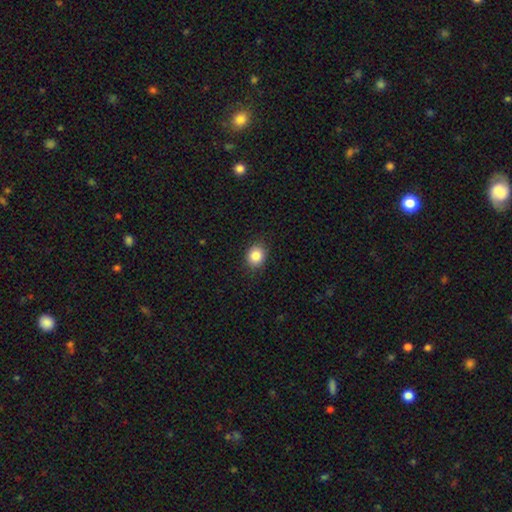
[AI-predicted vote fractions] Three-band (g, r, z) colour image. It shows a smooth galaxy with no disk features (86%) that is round (65%). Merging: none (88%).